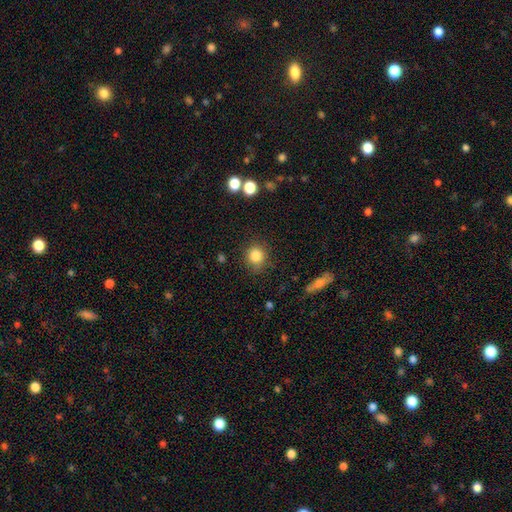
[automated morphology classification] Smooth or featured?
  - smooth: 84% *
  - star or artifact: 10%
  - featured or disk: 5%
How rounded?
  - round: 85% *
  - in between: 14%
  - cigar-shaped: 1%
Merging?
  - none: 82% *
  - minor disturbance: 12%
  - major disturbance: 3%
  - merger: 2%